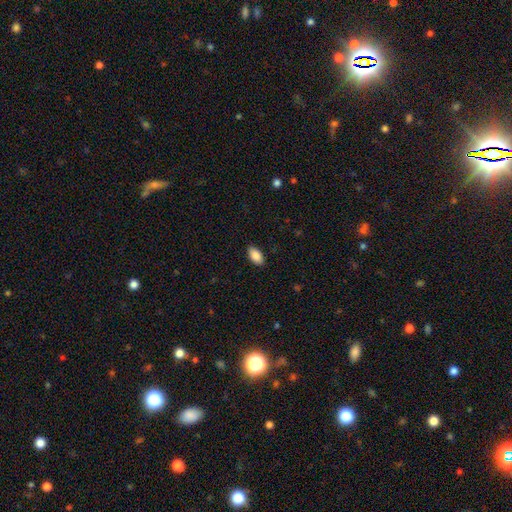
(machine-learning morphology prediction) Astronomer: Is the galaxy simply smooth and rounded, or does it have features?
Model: smooth — 88%.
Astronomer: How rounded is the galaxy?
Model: in between — 94%.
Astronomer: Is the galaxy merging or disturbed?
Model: none — 88%.